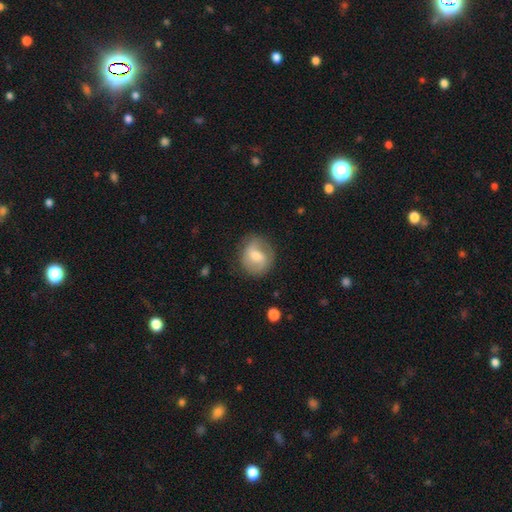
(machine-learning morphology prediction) smooth_or_featured: featured or disk (p=0.49) [alt: smooth p=0.44]
merging: none (p=0.78) [alt: minor disturbance p=0.15]